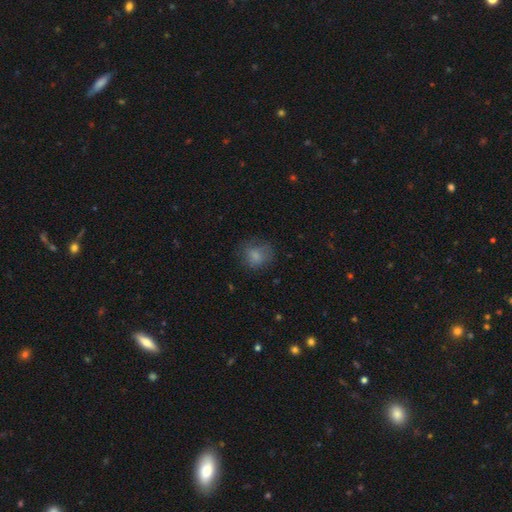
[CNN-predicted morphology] This appears to be a smooth galaxy with no disk features (76%) that is round (73%). Merging: none (64%).